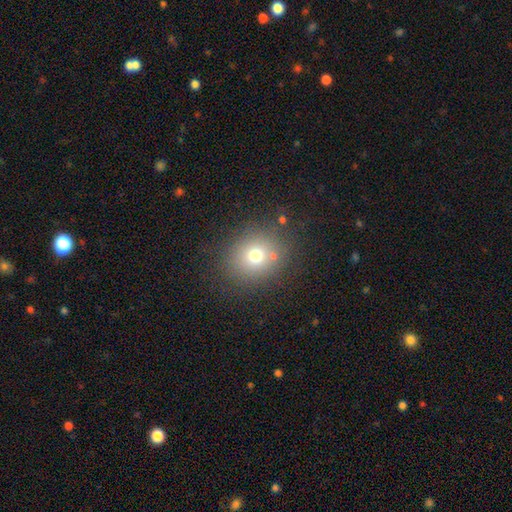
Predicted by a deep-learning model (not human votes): Smooth or featured: smooth — 70% (star or artifact — 17%)
How rounded: round — 77% (in between — 22%)
Merging: none — 79% (minor disturbance — 10%)